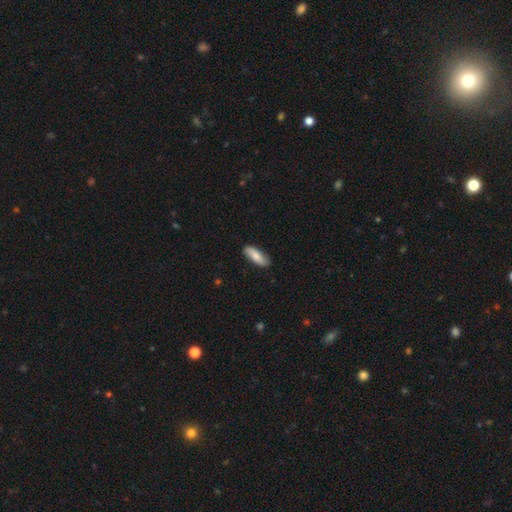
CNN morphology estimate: smooth-or-featured: smooth: 73% | featured or disk: 21% | star or artifact: 5%
  how-rounded: in between: 64% | cigar-shaped: 34% | round: 2%
  merging: none: 85% | minor disturbance: 12% | major disturbance: 2% | merger: 1%